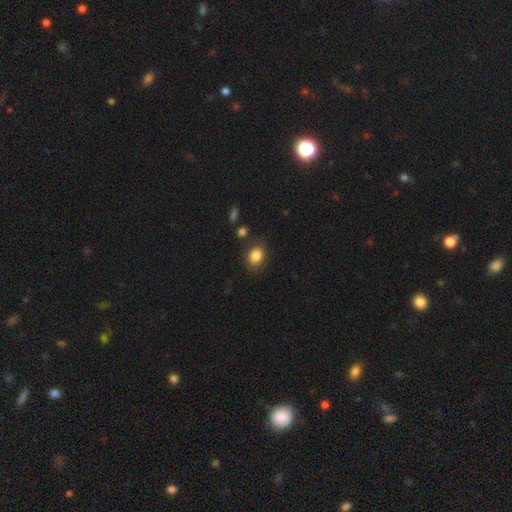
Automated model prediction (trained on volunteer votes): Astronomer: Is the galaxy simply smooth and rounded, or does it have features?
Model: smooth — 85%.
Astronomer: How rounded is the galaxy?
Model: in between — 63%.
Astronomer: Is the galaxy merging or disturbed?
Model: none — 75%.